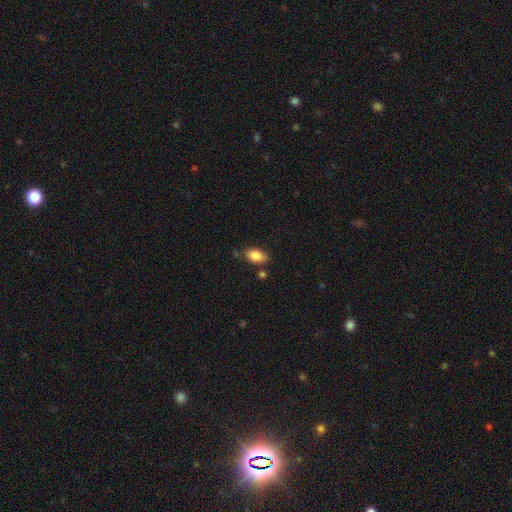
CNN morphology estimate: Overall: smooth (84%). How rounded: in between (91%). Merging: none (75%).